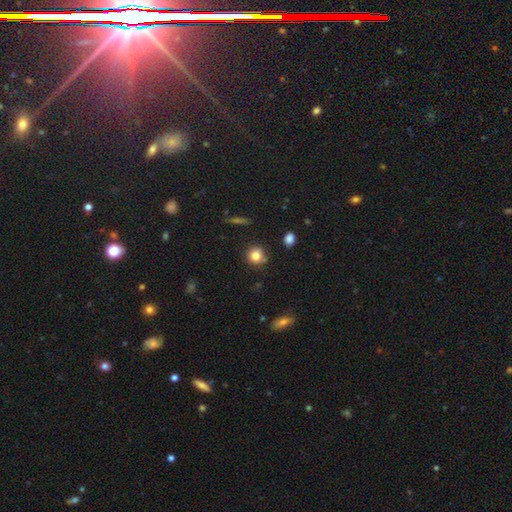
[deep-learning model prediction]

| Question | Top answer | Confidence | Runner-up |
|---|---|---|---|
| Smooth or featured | smooth | 82% | star or artifact (11%) |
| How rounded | round | 85% | in between (13%) |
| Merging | none | 78% | minor disturbance (14%) |